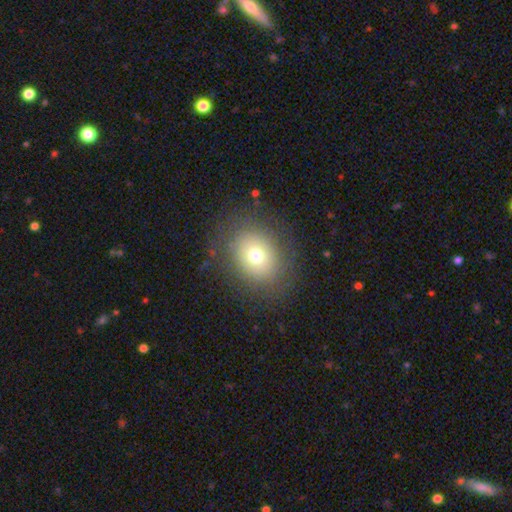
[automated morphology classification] Smooth or featured: smooth — 71% (featured or disk — 16%)
How rounded: round — 58% (in between — 41%)
Merging: none — 82% (minor disturbance — 11%)